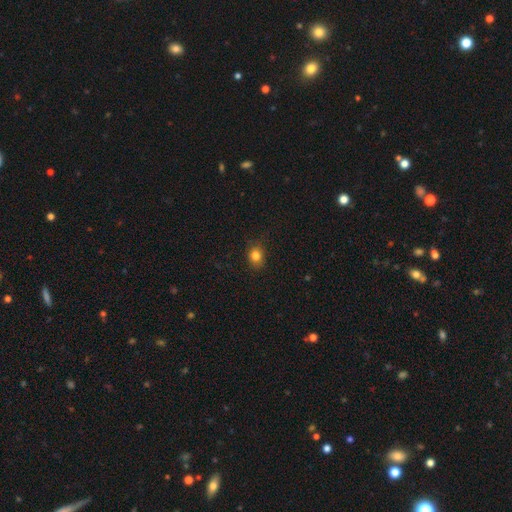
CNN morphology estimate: Overall: smooth (83%). How rounded: round (62%; in between 36%). Merging: none (81%).